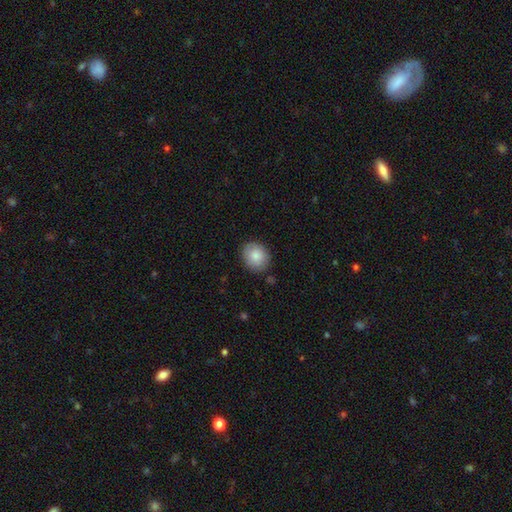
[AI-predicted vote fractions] The model was most divided on "how rounded": round: 70%, in between: 29%, cigar-shaped: 1%. More confident: merging — none (84%); smooth or featured — smooth (84%).